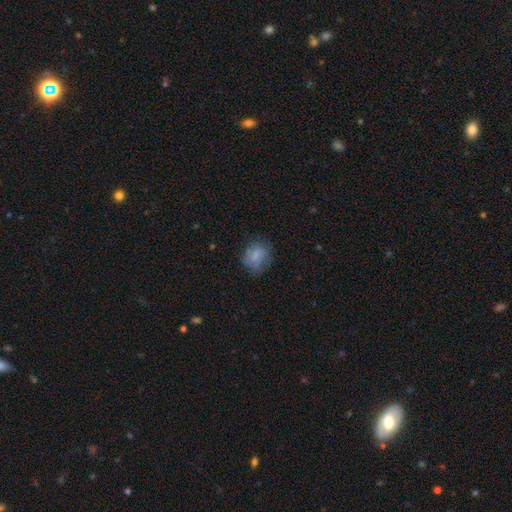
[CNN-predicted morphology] The model was most divided on "how rounded": round: 56%, in between: 42%, cigar-shaped: 1%. More confident: smooth or featured — smooth (69%); merging — none (64%).